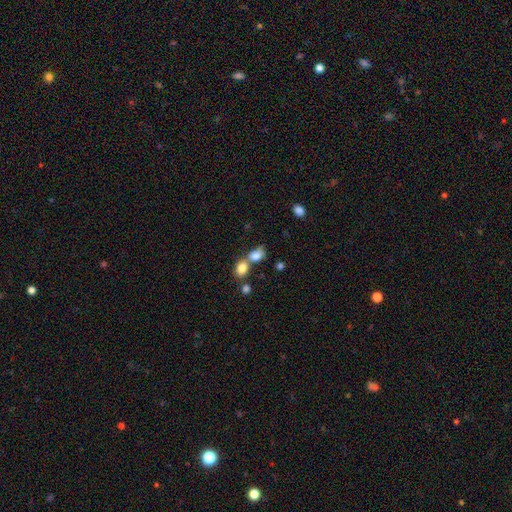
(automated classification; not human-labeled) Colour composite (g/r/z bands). It shows a smooth galaxy with no disk features (81%) that is in between round and cigar-shaped (71%). Merging: merger (56%).